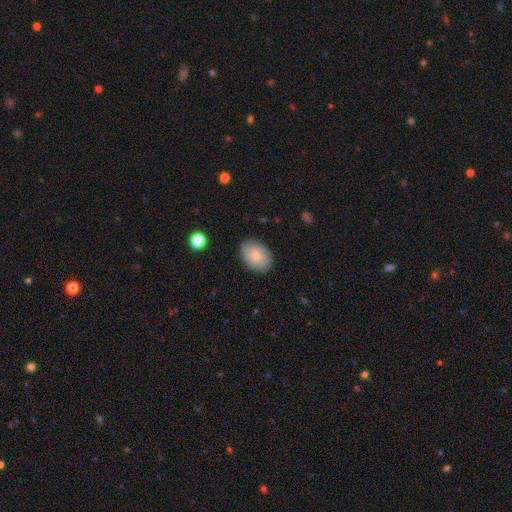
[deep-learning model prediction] Smooth or featured? smooth (79%)
How rounded? in between (79%)
Merging? none (84%)